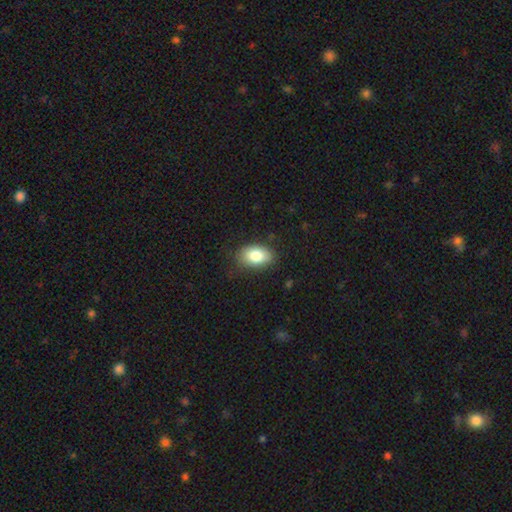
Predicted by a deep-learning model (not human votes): smooth-or-featured: smooth: 83% | featured or disk: 10% | star or artifact: 7%
  how-rounded: in between: 89% | round: 9% | cigar-shaped: 1%
  merging: none: 81% | minor disturbance: 14% | major disturbance: 3% | merger: 1%